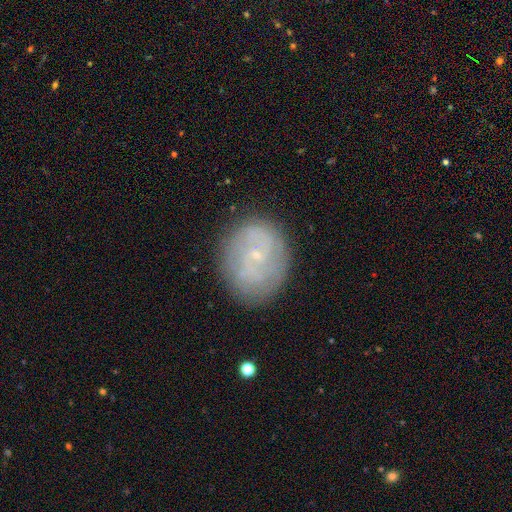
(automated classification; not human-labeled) Smooth or featured: featured or disk — 62% (smooth — 29%)
Edge-on disk: no — 97% (yes — 3%)
Bar: no — 72% (weak — 24%)
Spiral arms: yes — 77% (no — 23%)
Bulge size: small — 86% (moderate — 9%)
Merging: none — 79% (minor disturbance — 15%)